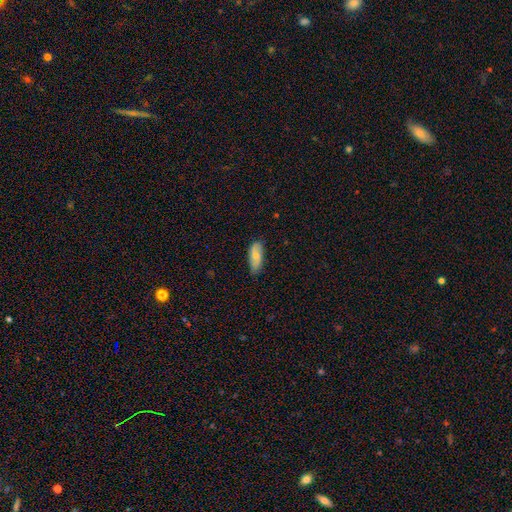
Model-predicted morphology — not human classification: Overall: smooth (75%). How rounded: in between (82%). Merging: none (77%).